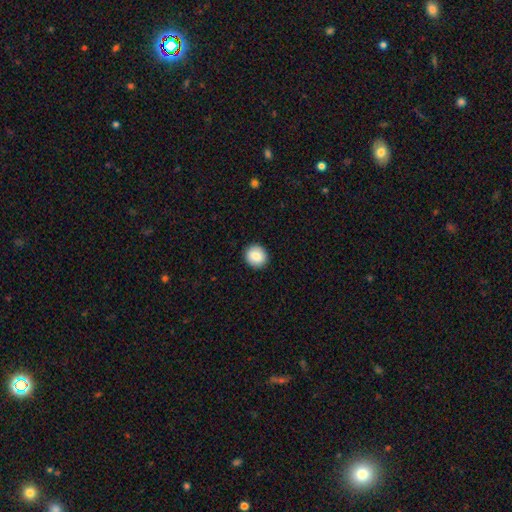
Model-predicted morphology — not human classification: Q: Smooth or featured?
A: smooth (86%); runner-up: star or artifact (8%)
Q: How rounded?
A: round (83%); runner-up: in between (16%)
Q: Merging?
A: none (91%); runner-up: minor disturbance (6%)